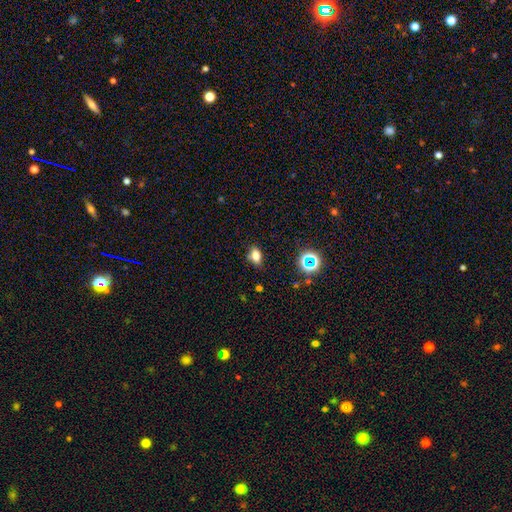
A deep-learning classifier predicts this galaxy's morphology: smooth_or_featured: smooth (p=0.73) [alt: star or artifact p=0.15]
how_rounded: in between (p=0.80) [alt: round p=0.15]
merging: none (p=0.78) [alt: minor disturbance p=0.16]